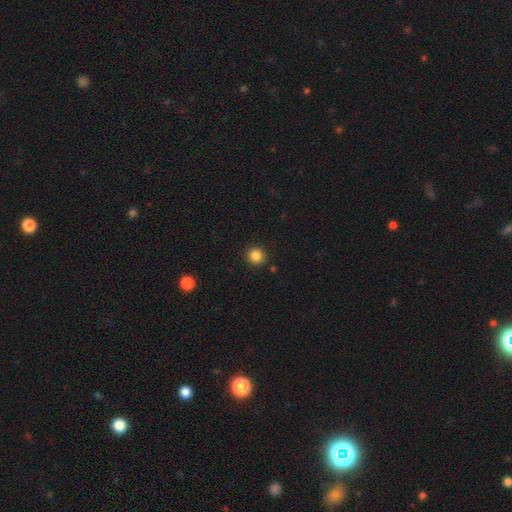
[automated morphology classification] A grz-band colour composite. It shows a smooth galaxy with no disk features (85%) that is round (93%). Merging: none (91%).